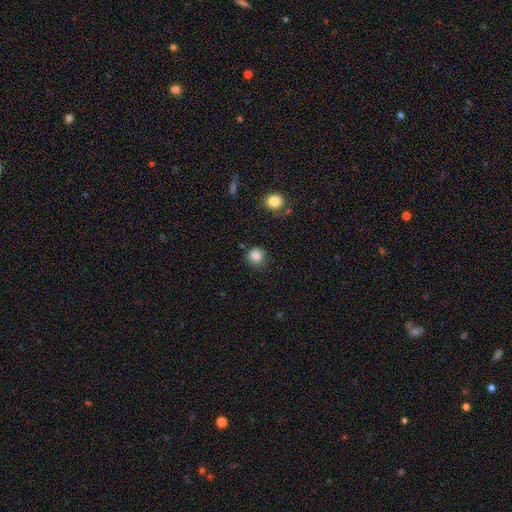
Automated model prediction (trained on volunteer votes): Smooth or featured?
  - smooth: 84% *
  - star or artifact: 11%
  - featured or disk: 5%
How rounded?
  - round: 92% *
  - in between: 7%
  - cigar-shaped: 1%
Merging?
  - none: 83% *
  - minor disturbance: 11%
  - major disturbance: 3%
  - merger: 2%